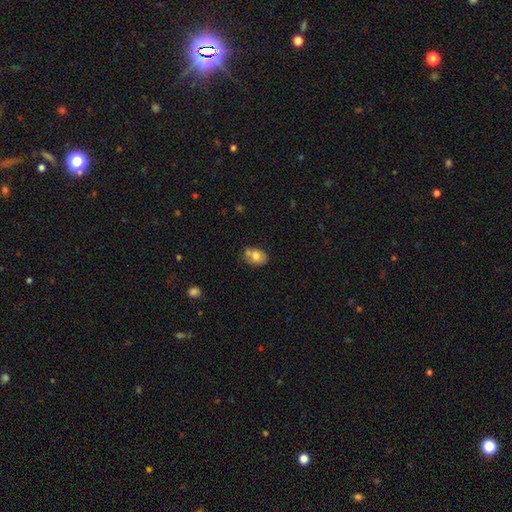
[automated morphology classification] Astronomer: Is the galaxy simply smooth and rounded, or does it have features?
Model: smooth — 73%.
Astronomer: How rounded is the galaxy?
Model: in between — 70%.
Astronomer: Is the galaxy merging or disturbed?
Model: none — 56%.